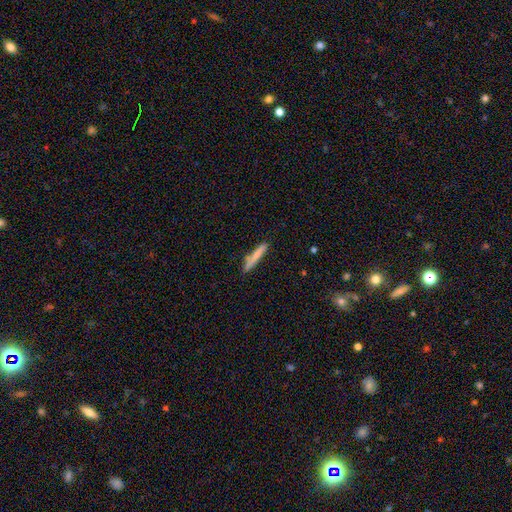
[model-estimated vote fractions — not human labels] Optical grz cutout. It shows a smooth galaxy with no disk features (75%) that is cigar-shaped (94%). Merging: none (80%).